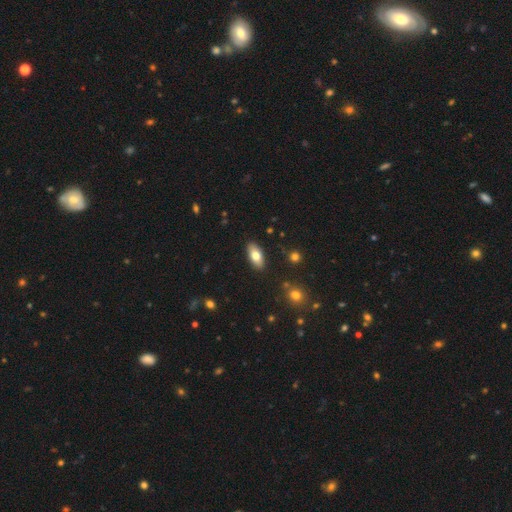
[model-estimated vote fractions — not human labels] A smooth galaxy with no disk features (75%) that is in between round and cigar-shaped (88%). Merging: none (88%).